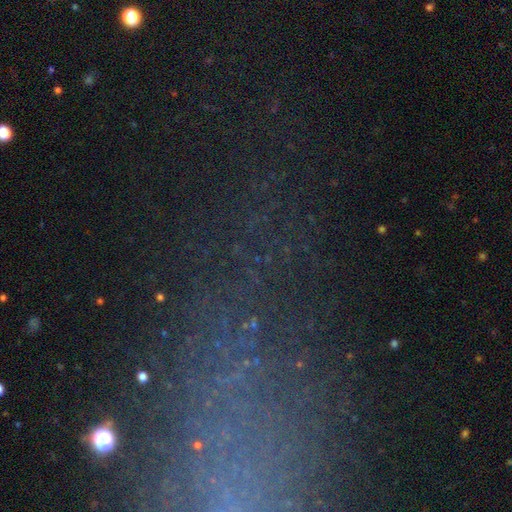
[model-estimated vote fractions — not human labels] Smooth or featured?
  - star or artifact: 63% *
  - featured or disk: 19%
  - smooth: 18%